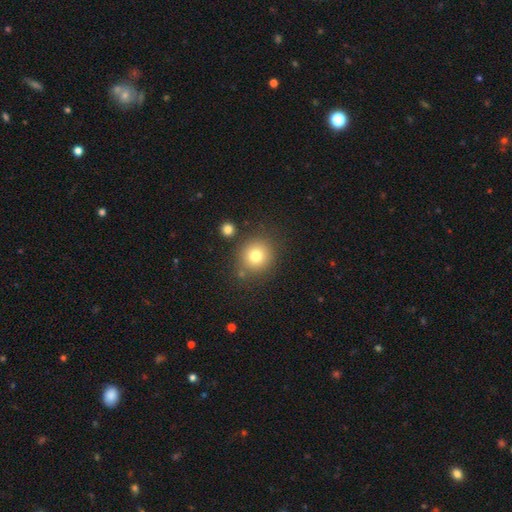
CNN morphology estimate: A smooth galaxy with no disk features (78%) that is round (88%). Merging: none (80%).